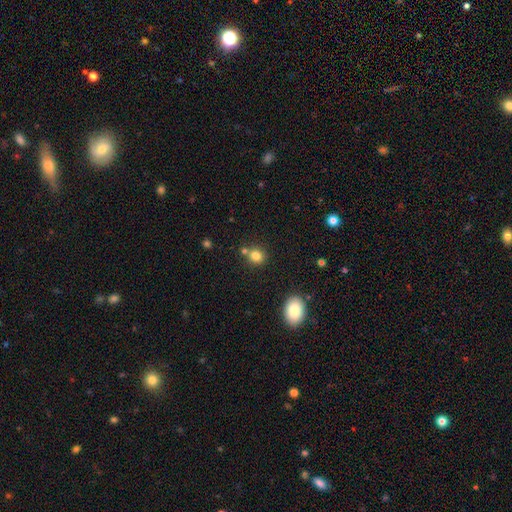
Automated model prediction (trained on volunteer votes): The model was most divided on "merging": none: 68%, merger: 20%, minor disturbance: 10%, major disturbance: 3%. More confident: smooth or featured — smooth (81%); how rounded — round (80%).